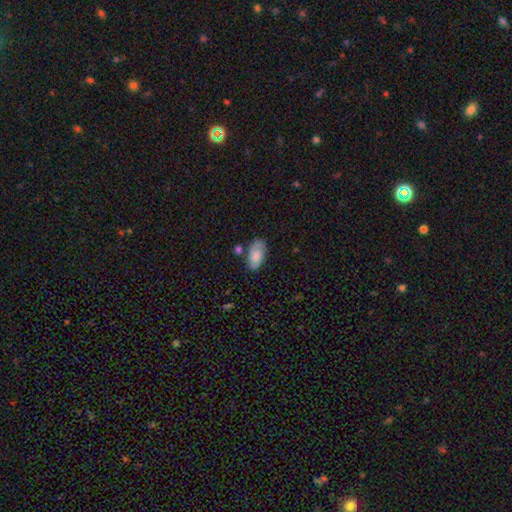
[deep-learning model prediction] Overall: smooth (57%; featured or disk 35%). How rounded: in between (92%). Merging: none (67%).